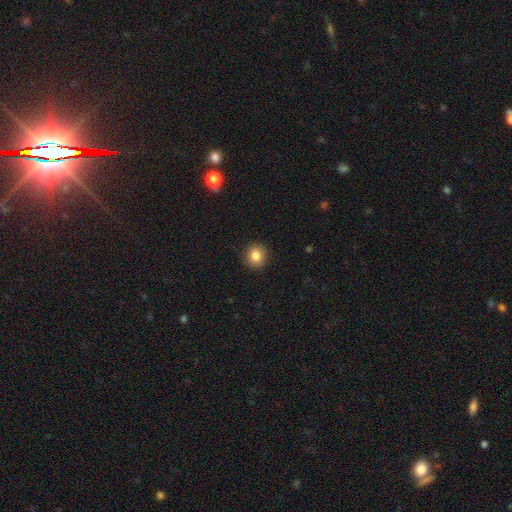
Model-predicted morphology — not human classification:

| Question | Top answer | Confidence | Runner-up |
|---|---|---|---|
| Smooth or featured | smooth | 85% | star or artifact (10%) |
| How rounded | round | 88% | in between (12%) |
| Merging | none | 90% | minor disturbance (7%) |